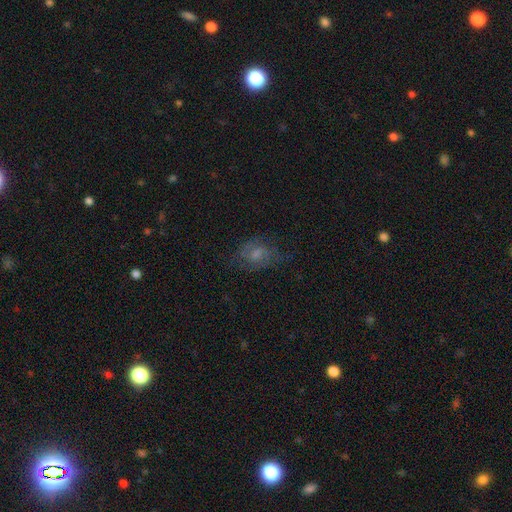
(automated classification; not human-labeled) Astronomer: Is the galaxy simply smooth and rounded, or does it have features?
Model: featured or disk — 43% (runner-up: smooth, 38%).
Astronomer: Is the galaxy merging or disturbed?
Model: none — 63%.